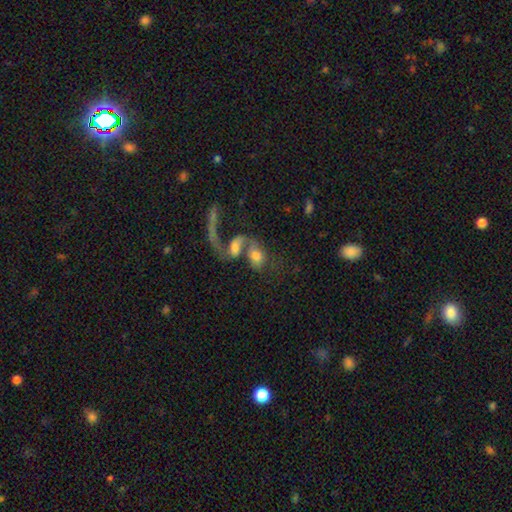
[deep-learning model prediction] Q: Smooth or featured?
A: smooth (48%); runner-up: featured or disk (41%)
Q: Merging?
A: merger (68%); runner-up: major disturbance (13%)